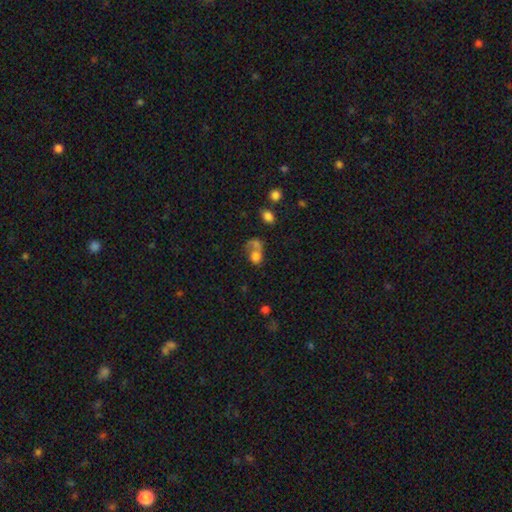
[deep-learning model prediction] Morphology: type=smooth (68%); roundness=in between (54%); merging=merger (48%).